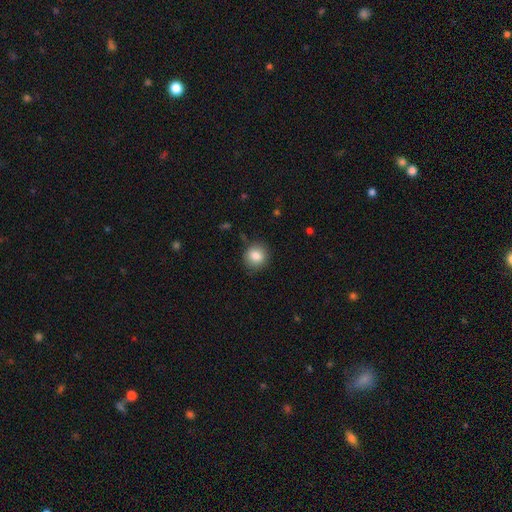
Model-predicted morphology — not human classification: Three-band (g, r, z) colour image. It shows a smooth galaxy with no disk features (85%) that is round (86%). Merging: none (85%).